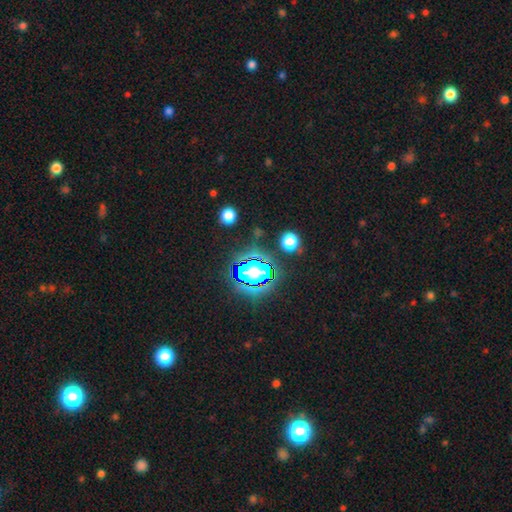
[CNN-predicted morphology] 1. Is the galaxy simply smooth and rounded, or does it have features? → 79% star or artifact, 14% smooth, 7% featured or disk.